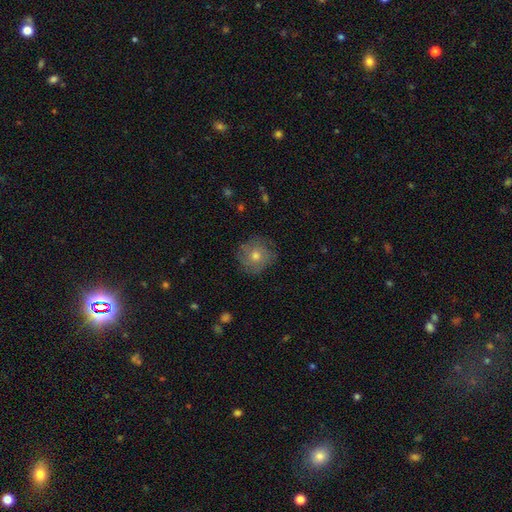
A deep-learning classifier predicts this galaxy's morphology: A smooth galaxy with no disk features (52%) that is round (91%). Merging: none (80%).